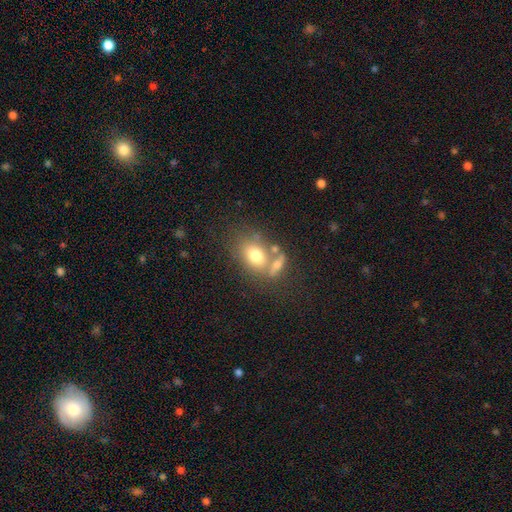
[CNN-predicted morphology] A smooth galaxy with no disk features (72%) that is in between round and cigar-shaped (71%).

Vote fractions:
- Smooth or featured? smooth: 72% / featured or disk: 18% / star or artifact: 10%
- How rounded? in between: 71% / round: 27% / cigar-shaped: 2%
- Merging? none: 48% / merger: 32% / minor disturbance: 13% / major disturbance: 7%